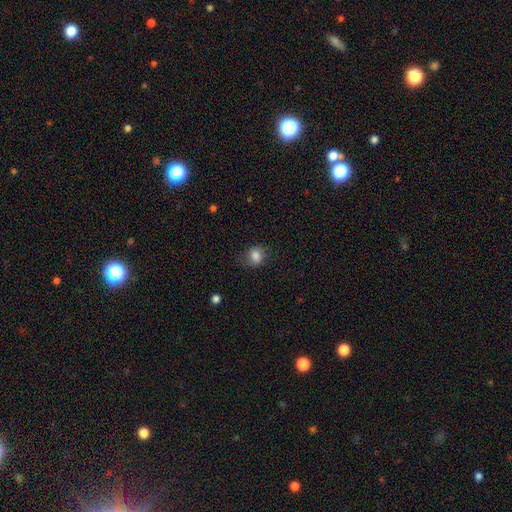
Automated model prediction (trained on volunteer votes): Smooth or featured? Predicted: smooth (p=0.83). How rounded? Predicted: round (p=0.64). Merging? Predicted: none (p=0.74).